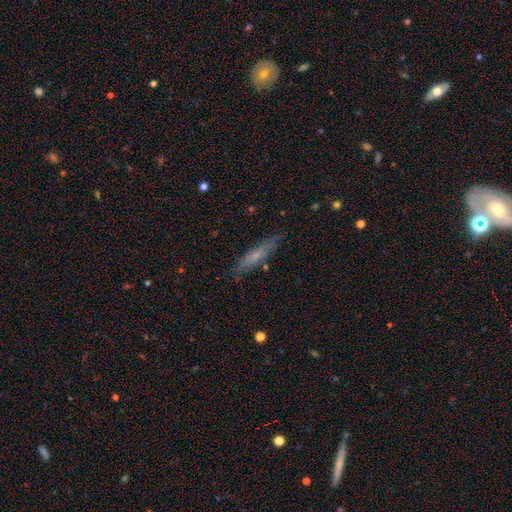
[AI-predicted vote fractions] This appears to be a smooth galaxy with no disk features (55%) that is cigar-shaped (88%). Merging: none (82%).